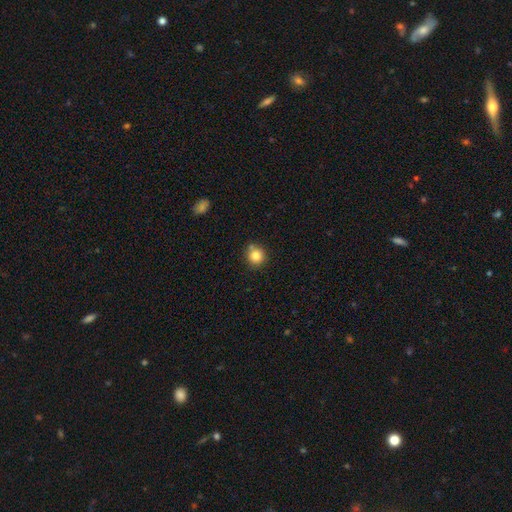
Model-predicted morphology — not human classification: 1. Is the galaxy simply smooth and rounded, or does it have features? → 83% smooth, 11% star or artifact, 7% featured or disk.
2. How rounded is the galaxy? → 91% round, 8% in between, 1% cigar-shaped.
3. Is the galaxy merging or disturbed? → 77% none, 13% minor disturbance, 7% merger, 3% major disturbance.